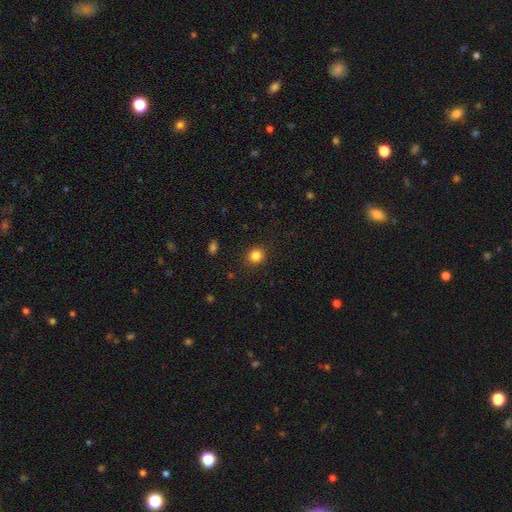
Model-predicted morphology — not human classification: A smooth galaxy with no disk features (84%) that is round (85%).

Vote fractions:
- Smooth or featured? smooth: 84% / star or artifact: 11% / featured or disk: 5%
- How rounded? round: 85% / in between: 14% / cigar-shaped: 1%
- Merging? none: 90% / minor disturbance: 7% / major disturbance: 2% / merger: 1%